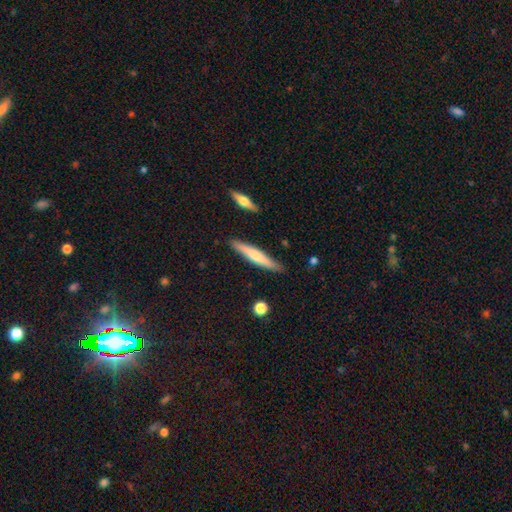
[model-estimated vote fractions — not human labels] The model was most divided on "smooth or featured": smooth: 55%, featured or disk: 39%, star or artifact: 6%. More confident: how rounded — cigar-shaped (92%); merging — none (88%).